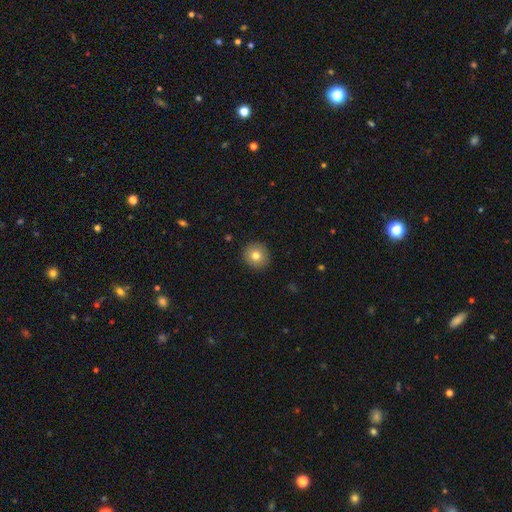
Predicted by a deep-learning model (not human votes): Smooth or featured: smooth — 79% (featured or disk — 11%)
How rounded: round — 93% (in between — 6%)
Merging: none — 92% (minor disturbance — 5%)